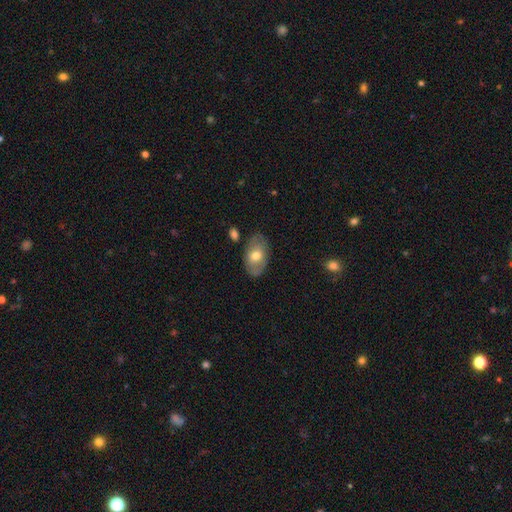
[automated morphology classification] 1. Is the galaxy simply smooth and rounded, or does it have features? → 61% smooth, 32% featured or disk, 6% star or artifact.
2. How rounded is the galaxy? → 90% in between, 8% round, 1% cigar-shaped.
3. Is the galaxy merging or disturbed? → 77% none, 16% minor disturbance, 4% major disturbance, 3% merger.